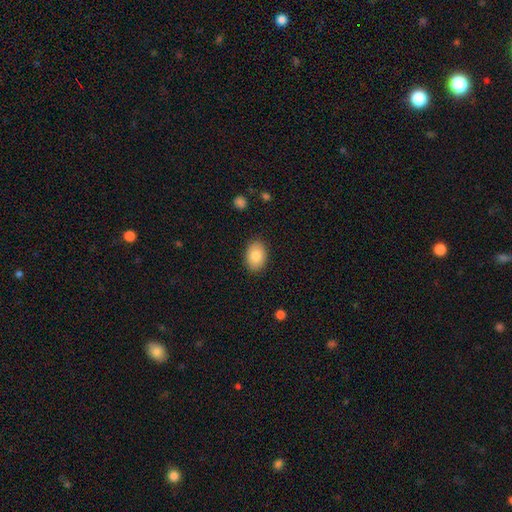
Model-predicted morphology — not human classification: smooth 83%, featured or disk 10%, star or artifact 7%. Down the decision tree: how rounded — in between (82%); merging — none (87%).